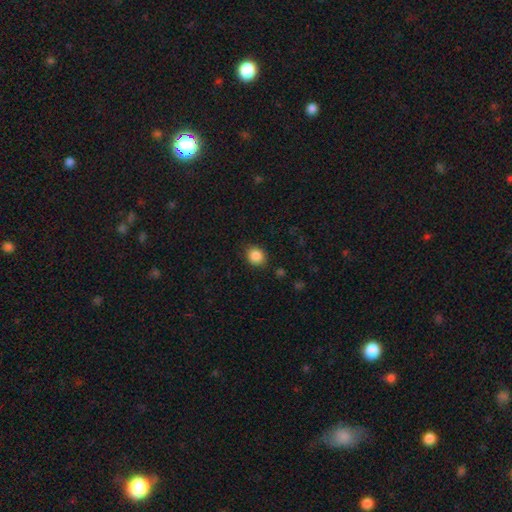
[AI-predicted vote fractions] Smooth or featured?
  - smooth: 87% *
  - star or artifact: 9%
  - featured or disk: 4%
How rounded?
  - round: 74% *
  - in between: 25%
  - cigar-shaped: 1%
Merging?
  - none: 85% *
  - minor disturbance: 11%
  - major disturbance: 3%
  - merger: 1%